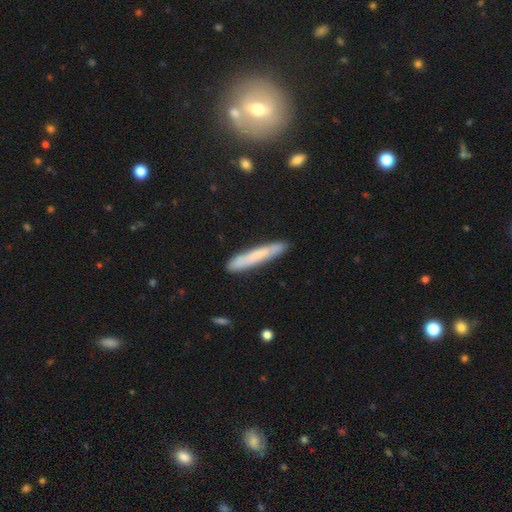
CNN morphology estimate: type=smooth (67%); roundness=cigar-shaped (95%); merging=none (87%).